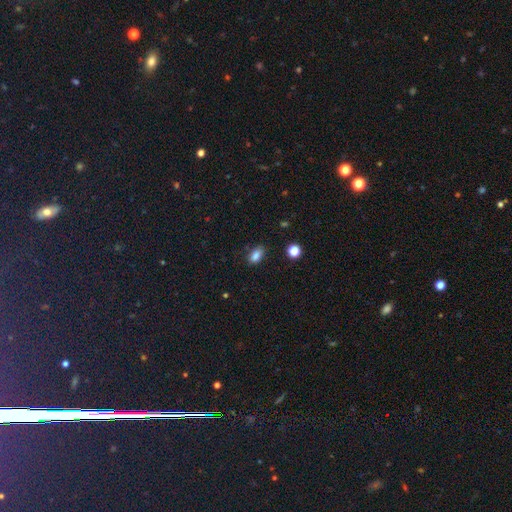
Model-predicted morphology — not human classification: The model was most divided on "merging": none: 78%, minor disturbance: 17%, major disturbance: 3%, merger: 2%. More confident: how rounded — in between (86%); smooth or featured — smooth (84%).